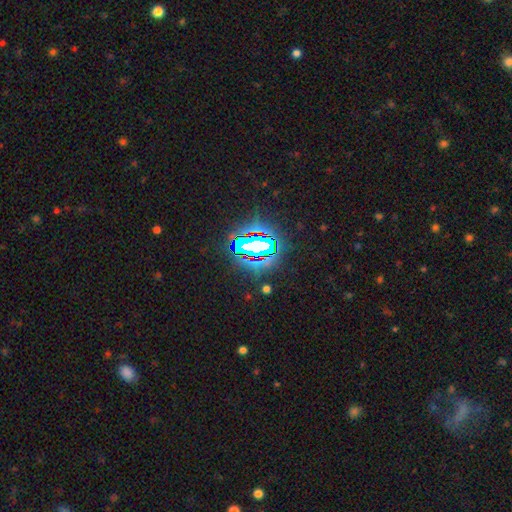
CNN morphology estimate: Q: Smooth or featured?
A: star or artifact (76%); runner-up: smooth (13%)